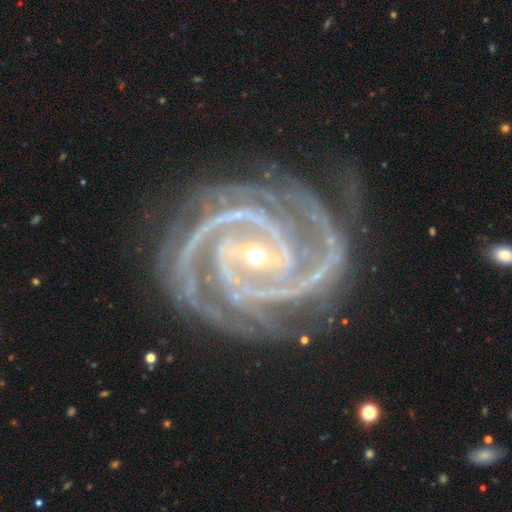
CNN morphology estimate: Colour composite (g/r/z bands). It shows a featured or disk galaxy (94%) with a strong bar (42%), 2 (49%) tight (77%) spiral arms (99%) and a small central bulge (65%). Merging: none (77%).